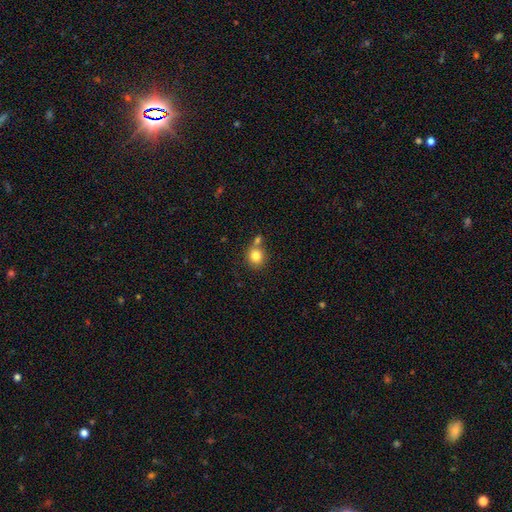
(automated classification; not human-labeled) A smooth galaxy with no disk features (81%) that is round (84%).

Vote fractions:
- Smooth or featured? smooth: 81% / star or artifact: 11% / featured or disk: 8%
- How rounded? round: 84% / in between: 15% / cigar-shaped: 1%
- Merging? none: 60% / merger: 26% / minor disturbance: 10% / major disturbance: 3%